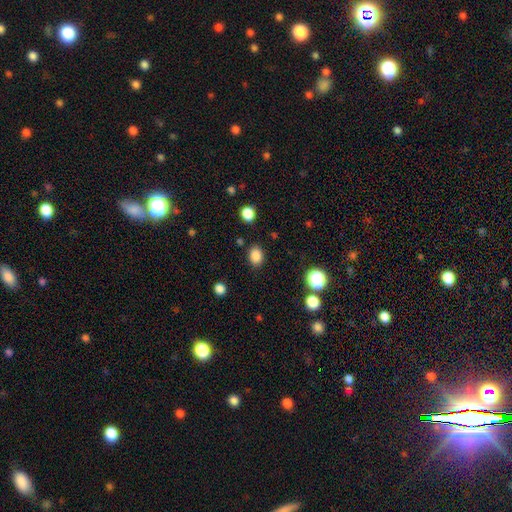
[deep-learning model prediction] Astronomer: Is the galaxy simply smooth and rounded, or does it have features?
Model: smooth — 85%.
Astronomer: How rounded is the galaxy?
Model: in between — 58% (runner-up: round, 41%).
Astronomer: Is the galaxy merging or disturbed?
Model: none — 84%.